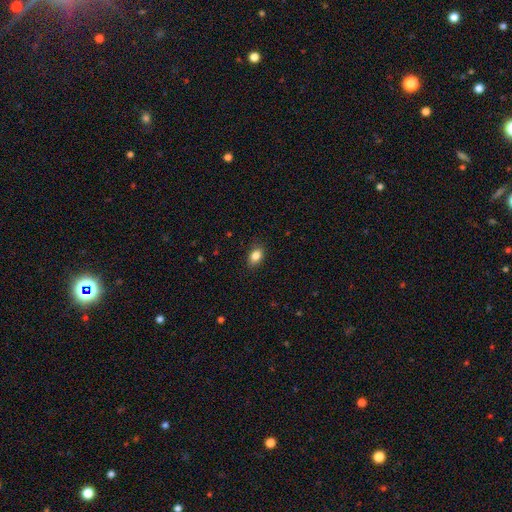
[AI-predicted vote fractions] Smooth or featured: smooth — 85% (star or artifact — 9%)
How rounded: in between — 83% (round — 15%)
Merging: none — 87% (minor disturbance — 10%)